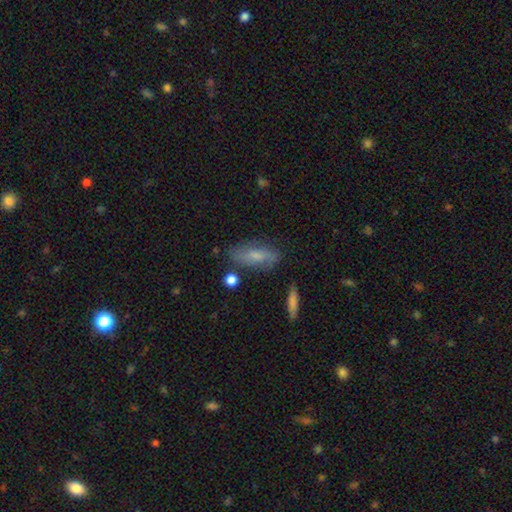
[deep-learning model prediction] This appears to be a smooth galaxy with no disk features (59%) that is in between round and cigar-shaped (68%). Merging: none (71%).